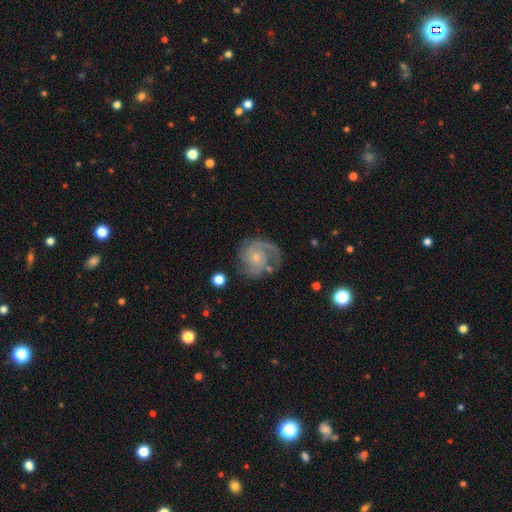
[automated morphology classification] The model was most divided on "spiral winding": tight: 45%, medium: 41%, loose: 13%. More confident: edge-on disk — no (98%); spiral arms — yes (96%); smooth or featured — featured or disk (83%); bar — no (73%); bulge size — small (70%); merging — none (68%); spiral arm count — 2 (54%).